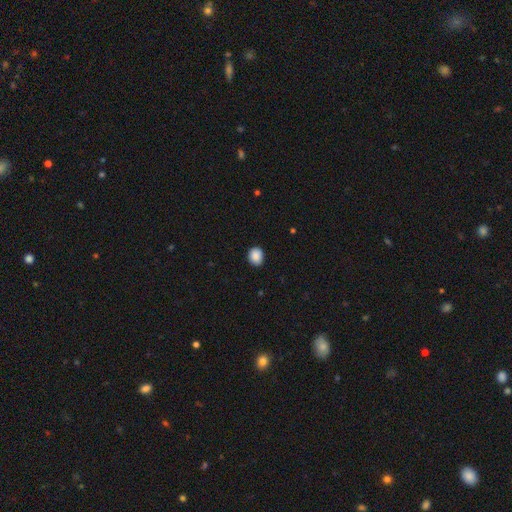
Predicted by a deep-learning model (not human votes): Morphology: type=smooth (89%); roundness=round (68%); merging=none (88%).